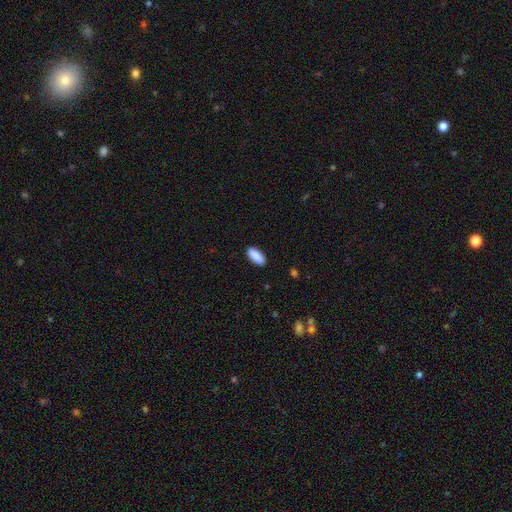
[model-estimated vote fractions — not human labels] Smooth or featured?
  - smooth: 90% *
  - star or artifact: 6%
  - featured or disk: 4%
How rounded?
  - in between: 86% *
  - cigar-shaped: 12%
  - round: 2%
Merging?
  - none: 89% *
  - minor disturbance: 8%
  - major disturbance: 2%
  - merger: 1%